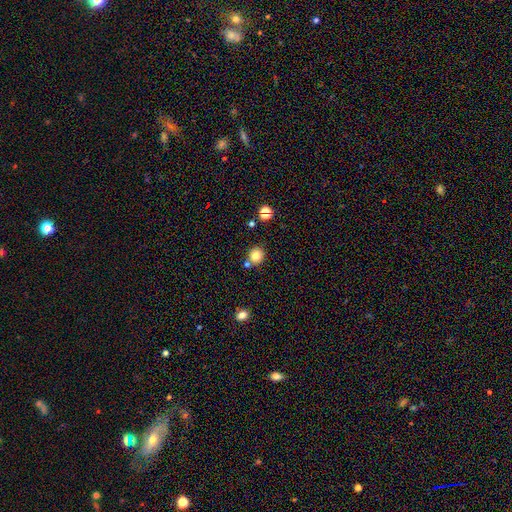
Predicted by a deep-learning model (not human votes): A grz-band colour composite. It shows a smooth galaxy with no disk features (80%) that is round (85%). Merging: none (75%).